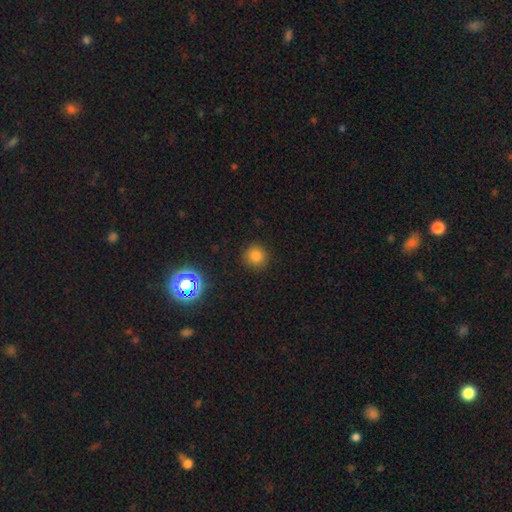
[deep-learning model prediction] smooth 78%, star or artifact 16%, featured or disk 6%. Down the decision tree: how rounded — round (93%); merging — none (90%).